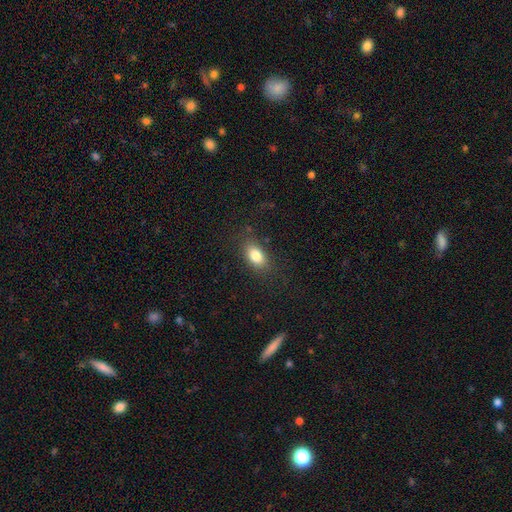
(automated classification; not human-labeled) Smooth or featured?
  - smooth: 82% *
  - featured or disk: 9%
  - star or artifact: 9%
How rounded?
  - in between: 88% *
  - round: 8%
  - cigar-shaped: 4%
Merging?
  - none: 82% *
  - minor disturbance: 12%
  - major disturbance: 5%
  - merger: 1%